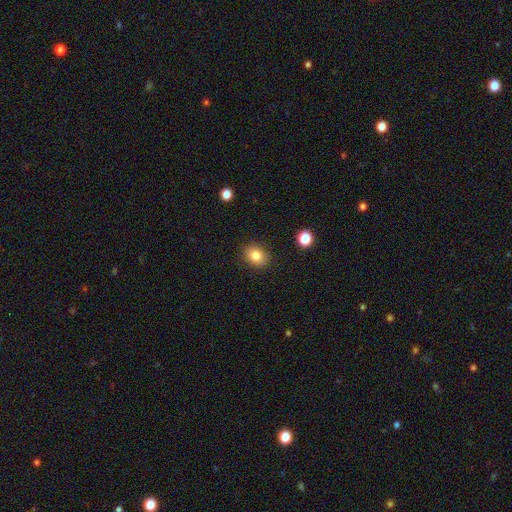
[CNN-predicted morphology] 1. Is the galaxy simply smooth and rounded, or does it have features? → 83% smooth, 10% star or artifact, 7% featured or disk.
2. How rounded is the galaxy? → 53% round, 46% in between, 1% cigar-shaped.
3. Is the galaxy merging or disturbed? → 89% none, 8% minor disturbance, 2% major disturbance, 1% merger.